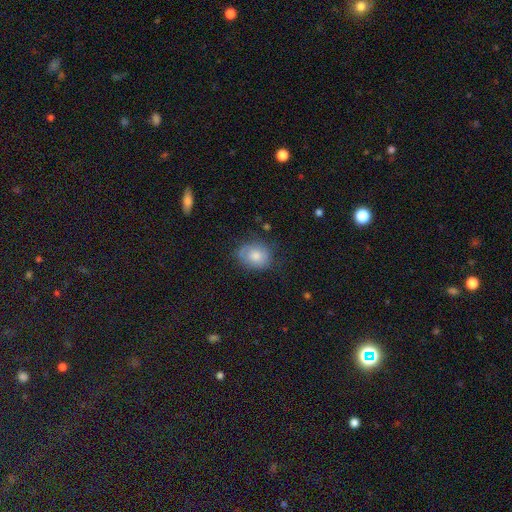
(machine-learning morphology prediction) A smooth galaxy with no disk features (73%) that is in between round and cigar-shaped (50%).

Vote fractions:
- Smooth or featured? smooth: 73% / featured or disk: 19% / star or artifact: 8%
- How rounded? in between: 50% / round: 49% / cigar-shaped: 1%
- Merging? none: 64% / minor disturbance: 25% / major disturbance: 9% / merger: 2%